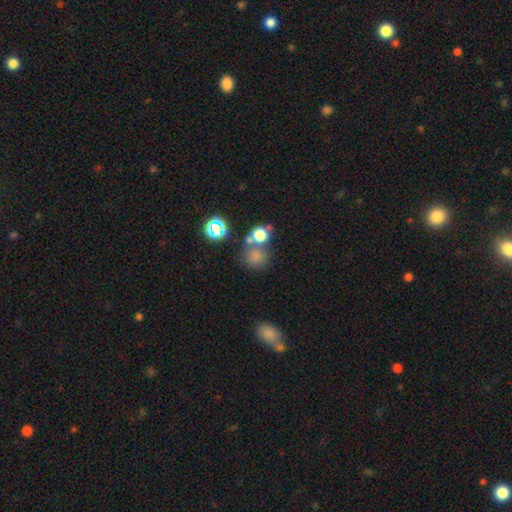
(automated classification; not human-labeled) Smooth or featured?
  - smooth: 68% *
  - star or artifact: 23%
  - featured or disk: 9%
How rounded?
  - round: 86% *
  - in between: 13%
  - cigar-shaped: 1%
Merging?
  - none: 57% *
  - merger: 28%
  - minor disturbance: 10%
  - major disturbance: 5%